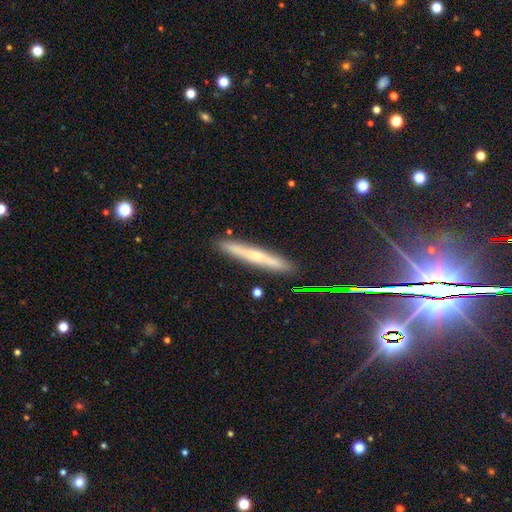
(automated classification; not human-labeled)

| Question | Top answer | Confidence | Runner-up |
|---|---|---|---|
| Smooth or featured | featured or disk | 52% | smooth (39%) |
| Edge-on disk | yes | 94% | no (6%) |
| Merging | none | 90% | minor disturbance (7%) |